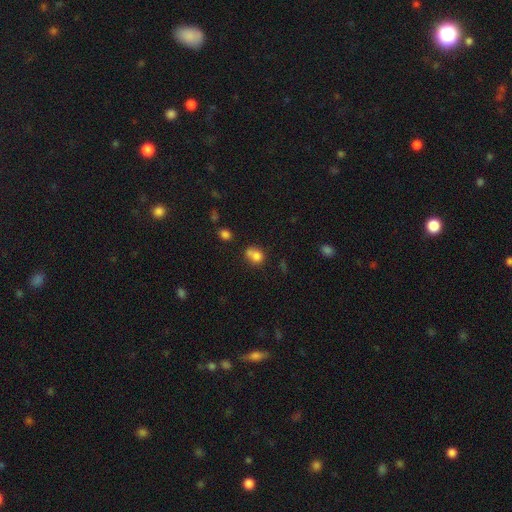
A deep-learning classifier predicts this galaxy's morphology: Smooth or featured? smooth (77%)
How rounded? round (64%)
Merging? merger (41%)